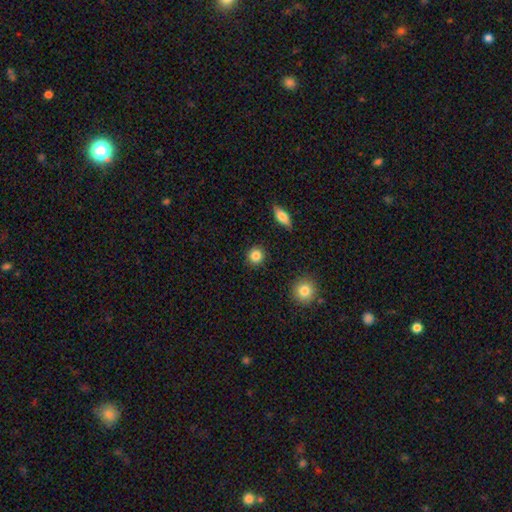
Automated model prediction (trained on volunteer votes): smooth_or_featured: smooth (p=0.86) [alt: star or artifact p=0.10]
how_rounded: round (p=0.91) [alt: in between p=0.08]
merging: none (p=0.90) [alt: minor disturbance p=0.06]